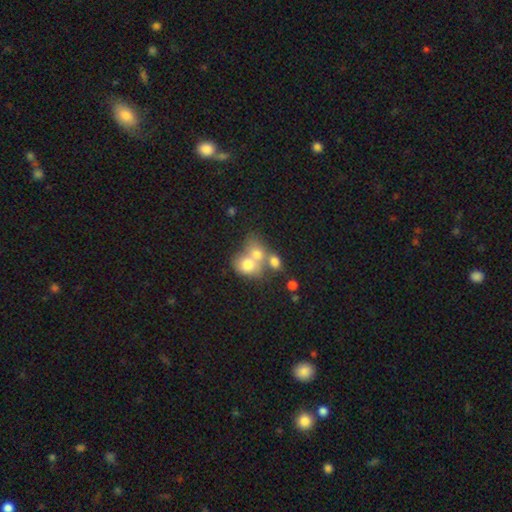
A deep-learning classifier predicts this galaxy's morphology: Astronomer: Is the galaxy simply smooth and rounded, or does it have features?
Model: smooth — 65%.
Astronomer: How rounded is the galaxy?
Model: round — 60% (runner-up: in between, 39%).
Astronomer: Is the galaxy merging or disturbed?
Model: merger — 65%.